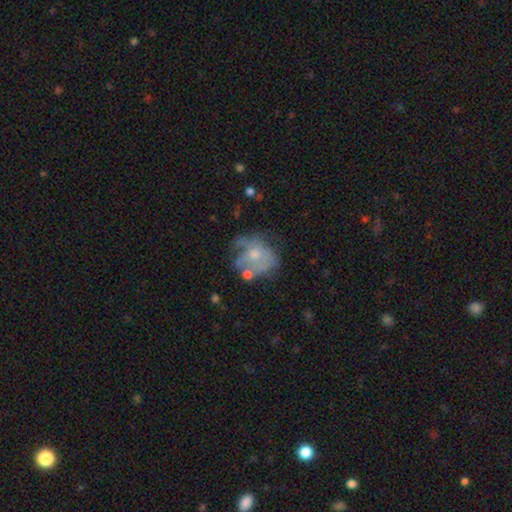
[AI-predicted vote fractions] Smooth or featured?
  - featured or disk: 52% *
  - smooth: 38%
  - star or artifact: 10%
Edge-on disk?
  - no: 98% *
  - yes: 2%
Bar?
  - no: 84% *
  - weak: 14%
  - strong: 2%
Spiral arms?
  - no: 60% *
  - yes: 40%
Bulge size?
  - small: 44% *
  - moderate: 43%
  - none: 8%
  - large: 3%
  - dominant: 1%
Merging?
  - none: 34% *
  - major disturbance: 30%
  - minor disturbance: 26%
  - merger: 11%